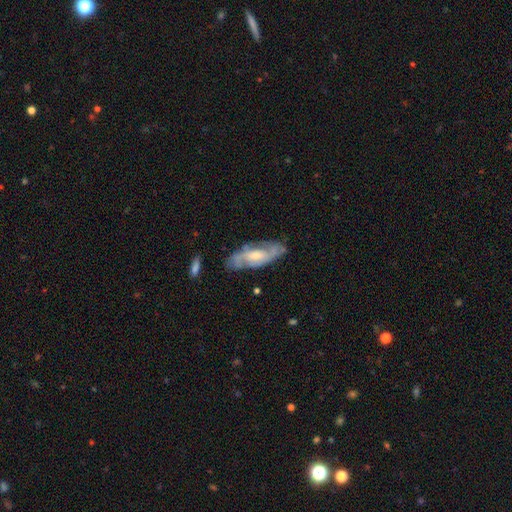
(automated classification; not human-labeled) Overall: featured or disk (73%). Edge-on disk: no (85%). Bar: no (46%; weak 43%). Spiral arms: yes (87%). Spiral arm count: 2 (53%; can't tell 30%). Spiral winding: medium (45%; tight 39%). Bulge size: moderate (50%; small 40%). Merging: none (74%).